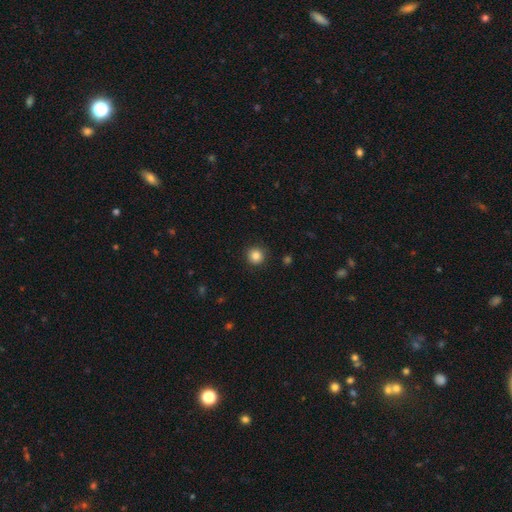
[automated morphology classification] Smooth or featured? Predicted: smooth (p=0.85). How rounded? Predicted: round (p=0.95). Merging? Predicted: none (p=0.91).